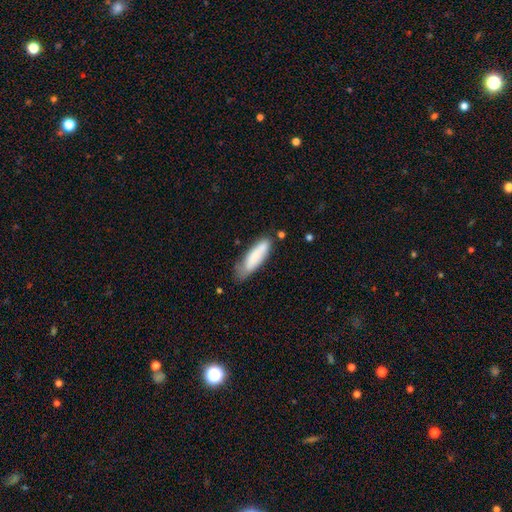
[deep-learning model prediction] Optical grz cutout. It shows a smooth galaxy with no disk features (81%) that is cigar-shaped (55%). Merging: none (55%).